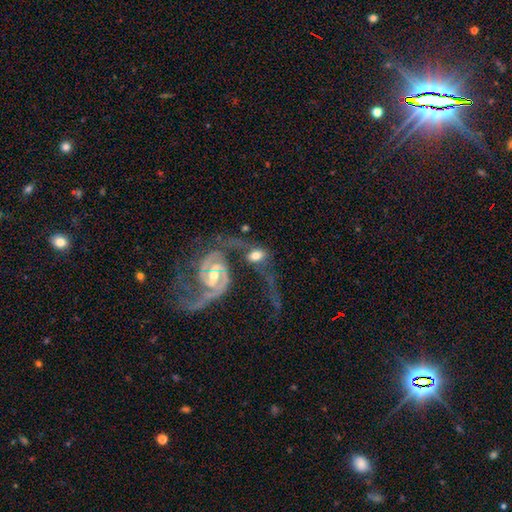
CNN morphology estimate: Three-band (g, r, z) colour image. It shows a featured or disk galaxy (61%) with a weak bar (41%), spiral arms (85%) and a moderate central bulge (59%). Merging: merger (40%).